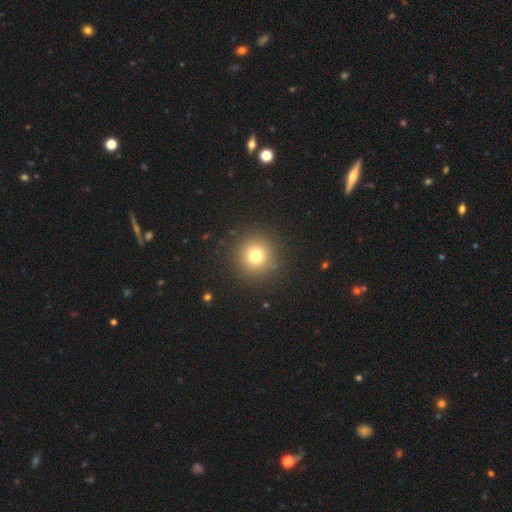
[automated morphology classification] Smooth or featured? smooth (76%)
How rounded? round (95%)
Merging? none (90%)